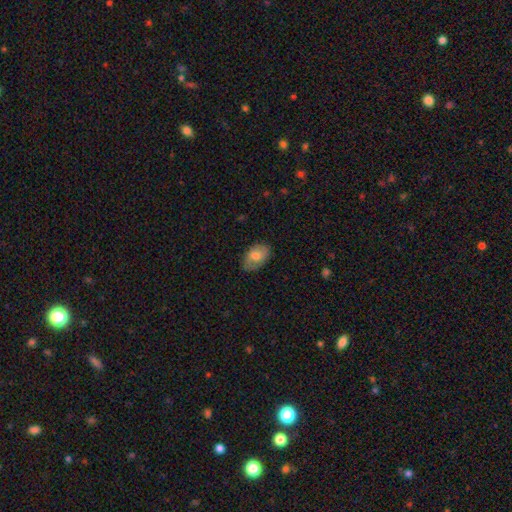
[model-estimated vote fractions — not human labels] A smooth galaxy with no disk features (73%) that is in between round and cigar-shaped (89%). Merging: none (77%).